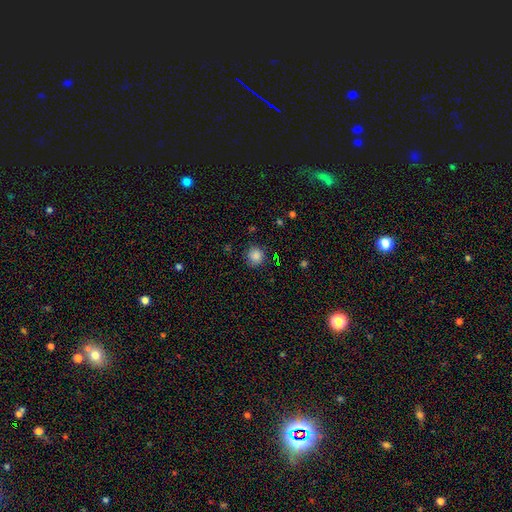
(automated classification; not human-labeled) Smooth or featured? smooth (84%)
How rounded? round (92%)
Merging? none (84%)